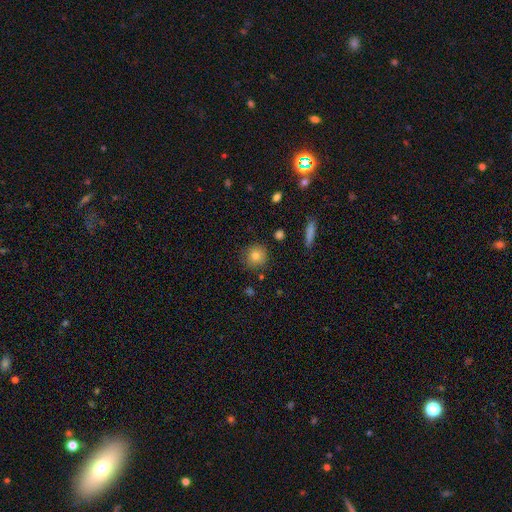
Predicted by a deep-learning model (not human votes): Smooth or featured? Predicted: smooth (p=0.81). How rounded? Predicted: round (p=0.92). Merging? Predicted: none (p=0.86).